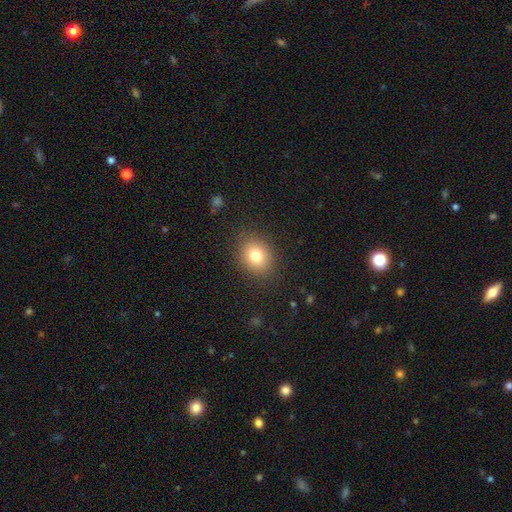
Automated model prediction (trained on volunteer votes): Morphology: type=smooth (78%); roundness=round (63%); merging=none (86%).